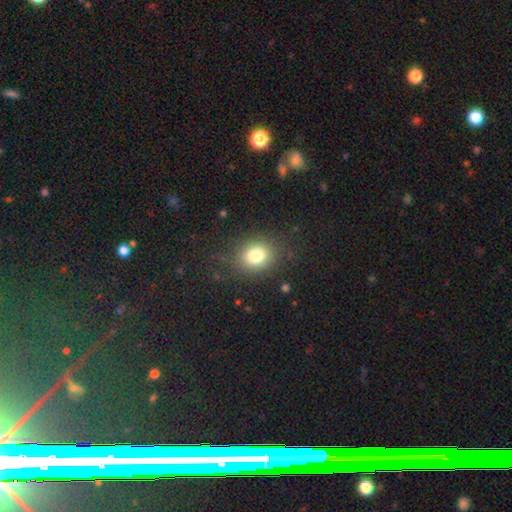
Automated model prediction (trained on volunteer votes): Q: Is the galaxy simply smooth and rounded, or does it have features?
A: smooth — 79%.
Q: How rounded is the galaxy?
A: round — 62%.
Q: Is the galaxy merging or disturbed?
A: none — 84%.